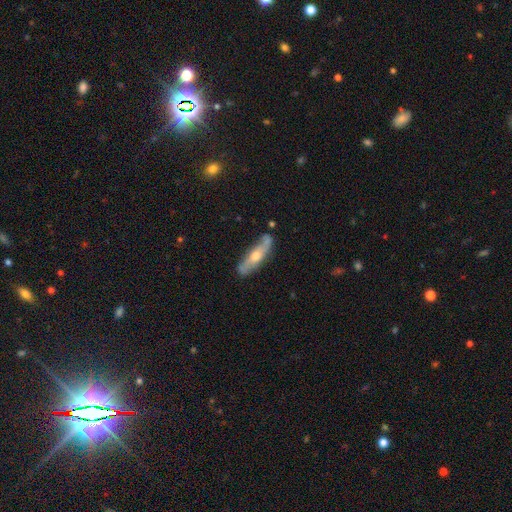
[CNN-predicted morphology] smooth_or_featured: featured or disk (p=0.61) [alt: smooth p=0.33]
disk_edge_on: no (p=0.51) [alt: yes p=0.49]
merging: none (p=0.74) [alt: minor disturbance p=0.19]